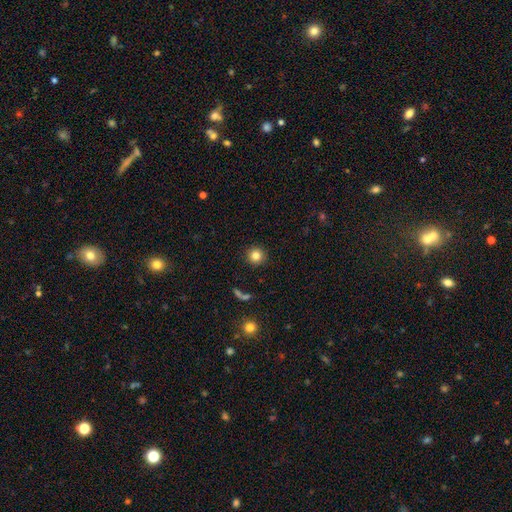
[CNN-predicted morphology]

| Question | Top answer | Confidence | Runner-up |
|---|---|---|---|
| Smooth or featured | smooth | 83% | star or artifact (11%) |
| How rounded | round | 94% | in between (5%) |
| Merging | none | 90% | minor disturbance (6%) |